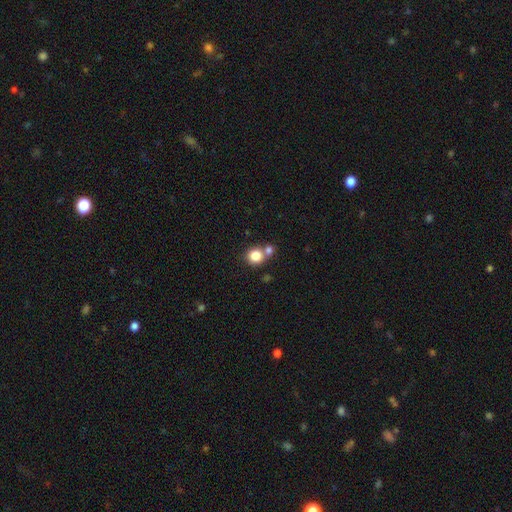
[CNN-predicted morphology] Q: Smooth or featured?
A: smooth (83%); runner-up: star or artifact (10%)
Q: How rounded?
A: round (87%); runner-up: in between (12%)
Q: Merging?
A: none (55%); runner-up: merger (34%)